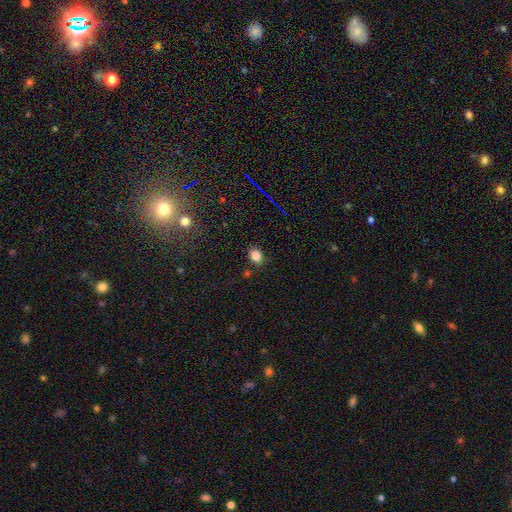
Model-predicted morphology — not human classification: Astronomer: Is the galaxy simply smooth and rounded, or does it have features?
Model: smooth — 83%.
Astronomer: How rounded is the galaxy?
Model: in between — 58% (runner-up: round, 41%).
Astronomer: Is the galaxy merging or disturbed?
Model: none — 84%.